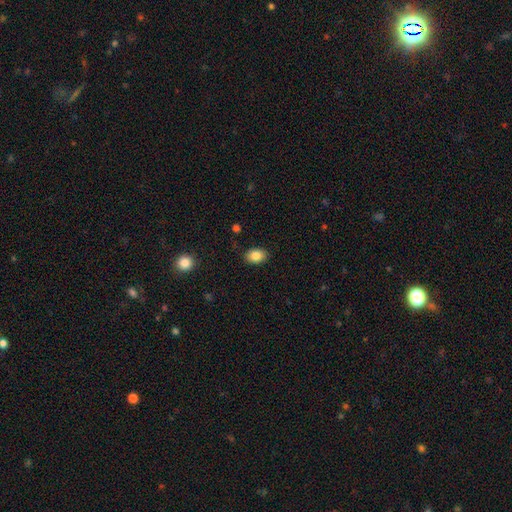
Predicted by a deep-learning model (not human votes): Q: Smooth or featured?
A: smooth (85%); runner-up: star or artifact (8%)
Q: How rounded?
A: in between (76%); runner-up: round (23%)
Q: Merging?
A: none (87%); runner-up: minor disturbance (10%)